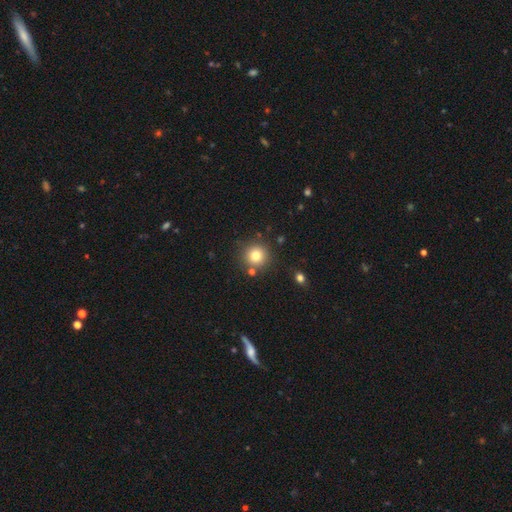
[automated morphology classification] A smooth galaxy with no disk features (79%) that is round (94%). Merging: none (83%).